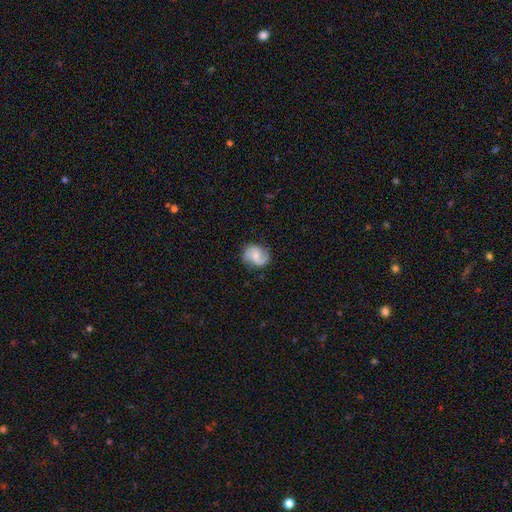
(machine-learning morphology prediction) type=featured or disk (69%); edge-on=no (98%); bar=no (48%); spiral arms=yes (94%); winding=medium (43%); arm count=2 (89%); bulge=small (43%, tied with moderate); merging=none (79%).